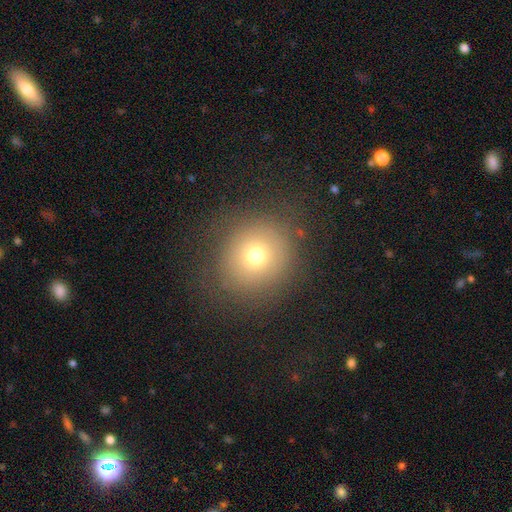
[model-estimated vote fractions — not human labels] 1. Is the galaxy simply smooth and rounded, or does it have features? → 69% smooth, 17% star or artifact, 14% featured or disk.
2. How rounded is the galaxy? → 89% round, 10% in between, 1% cigar-shaped.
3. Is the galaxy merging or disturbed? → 82% none, 10% minor disturbance, 6% major disturbance, 1% merger.